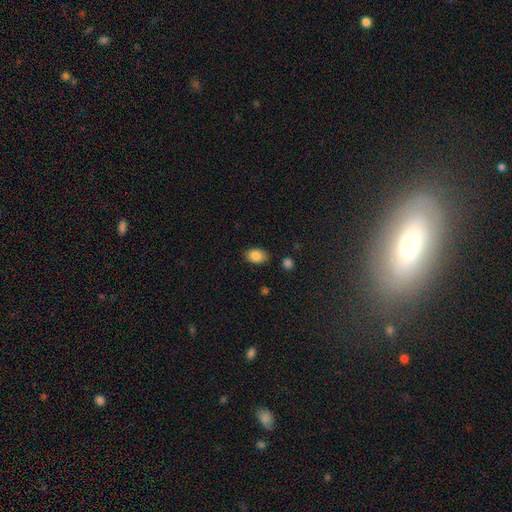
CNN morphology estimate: Overall: smooth (85%). How rounded: in between (82%). Merging: none (83%).